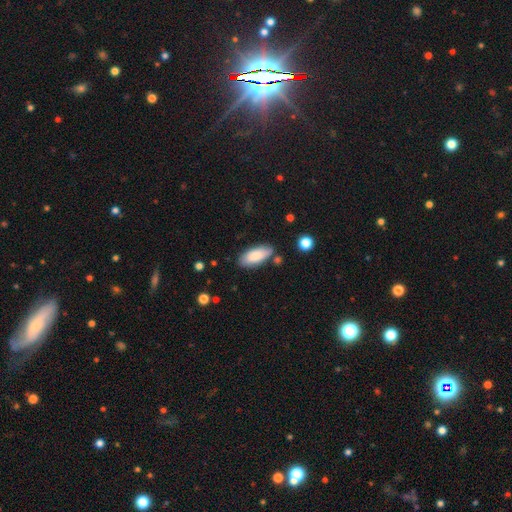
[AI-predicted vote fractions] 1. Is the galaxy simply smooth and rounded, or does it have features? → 83% smooth, 11% featured or disk, 6% star or artifact.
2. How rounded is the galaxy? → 86% in between, 13% cigar-shaped, 2% round.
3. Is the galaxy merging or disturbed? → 77% none, 15% minor disturbance, 5% merger, 3% major disturbance.